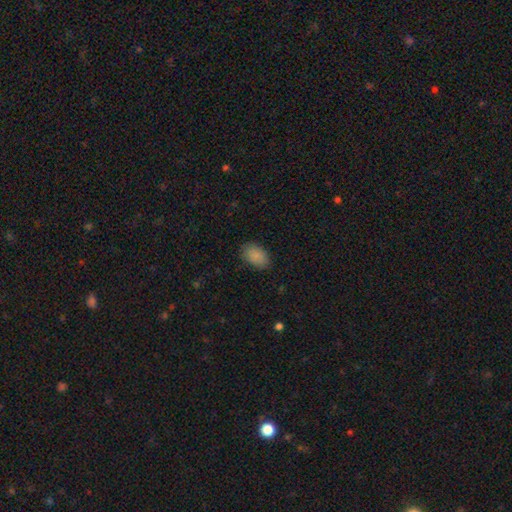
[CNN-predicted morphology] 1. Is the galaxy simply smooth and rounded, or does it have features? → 87% smooth, 8% star or artifact, 5% featured or disk.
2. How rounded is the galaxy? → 89% in between, 10% round, 1% cigar-shaped.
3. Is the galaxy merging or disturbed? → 84% none, 12% minor disturbance, 3% major disturbance, 1% merger.